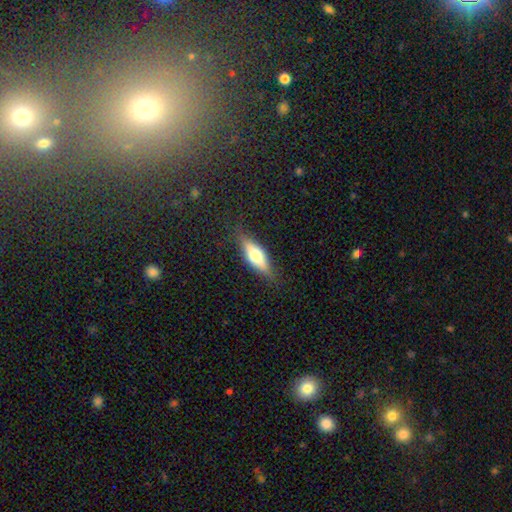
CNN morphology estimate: smooth_or_featured: smooth (p=0.56) [alt: featured or disk p=0.37]
how_rounded: in between (p=0.60) [alt: cigar-shaped p=0.36]
merging: none (p=0.83) [alt: minor disturbance p=0.13]